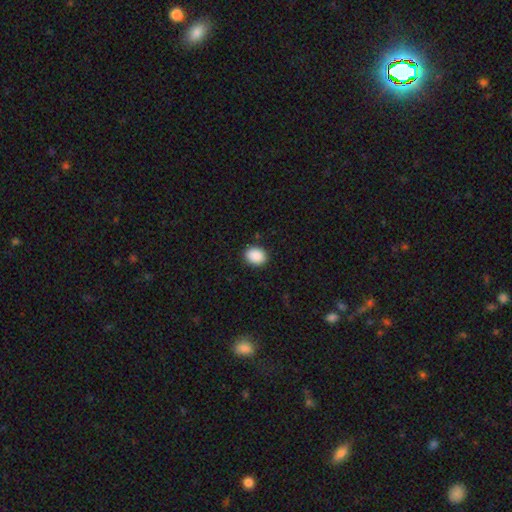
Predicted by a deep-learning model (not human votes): The model was most divided on "how rounded": in between: 57%, round: 42%, cigar-shaped: 1%. More confident: smooth or featured — smooth (90%); merging — none (90%).